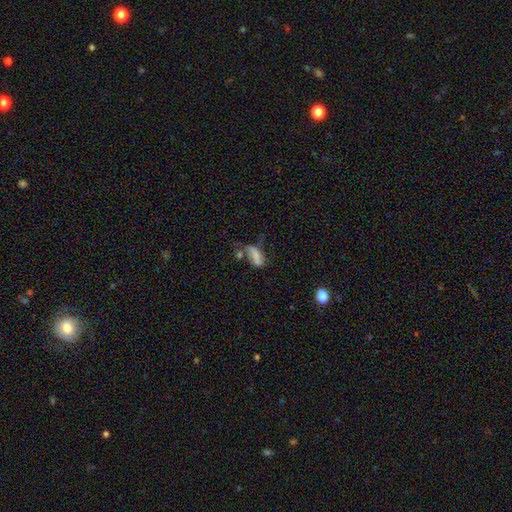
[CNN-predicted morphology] smooth 60%, featured or disk 27%, star or artifact 13%. Down the decision tree: how rounded — in between (73%); merging — major disturbance (30%).